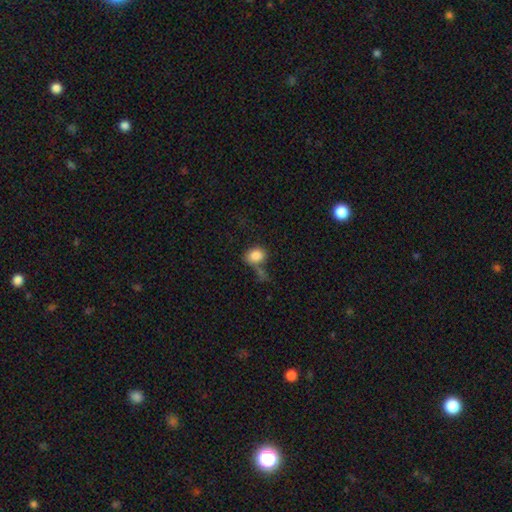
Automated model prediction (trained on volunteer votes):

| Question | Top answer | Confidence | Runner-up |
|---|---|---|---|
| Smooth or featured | smooth | 84% | star or artifact (9%) |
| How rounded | in between | 60% | round (39%) |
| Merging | none | 48% | merger (22%) |